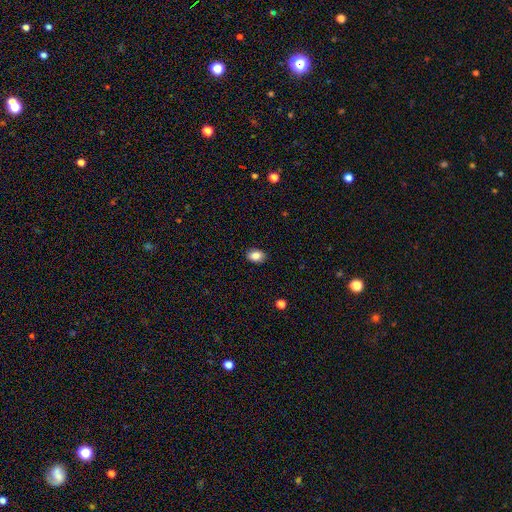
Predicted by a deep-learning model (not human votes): smooth-or-featured: smooth: 87% | star or artifact: 8% | featured or disk: 5%
  how-rounded: in between: 78% | round: 21% | cigar-shaped: 1%
  merging: none: 89% | minor disturbance: 8% | major disturbance: 2% | merger: 1%